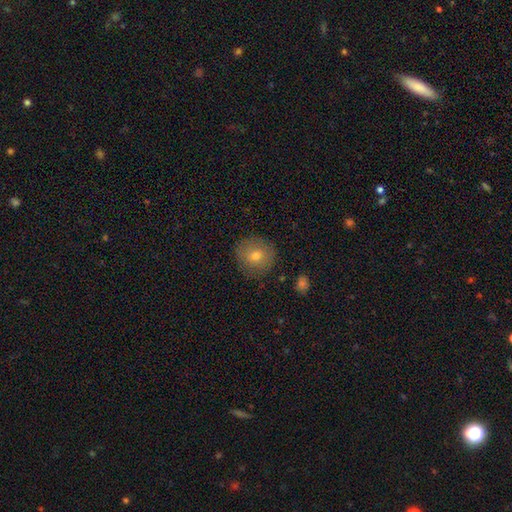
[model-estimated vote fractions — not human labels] smooth-or-featured: smooth: 72% | featured or disk: 18% | star or artifact: 10%
  how-rounded: round: 92% | in between: 7% | cigar-shaped: 1%
  merging: none: 86% | minor disturbance: 10% | major disturbance: 3% | merger: 1%